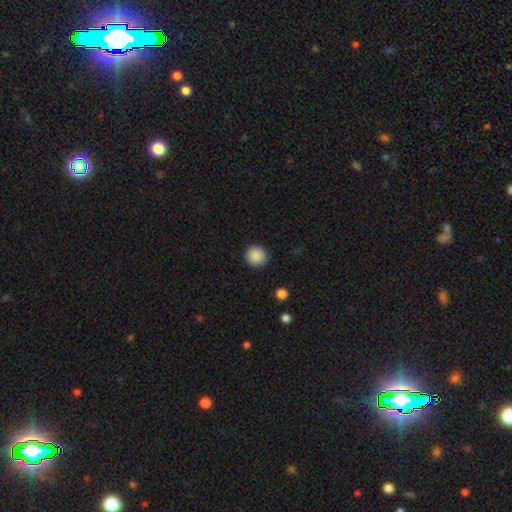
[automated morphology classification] This appears to be a smooth galaxy with no disk features (89%) that is round (93%). Merging: none (92%).